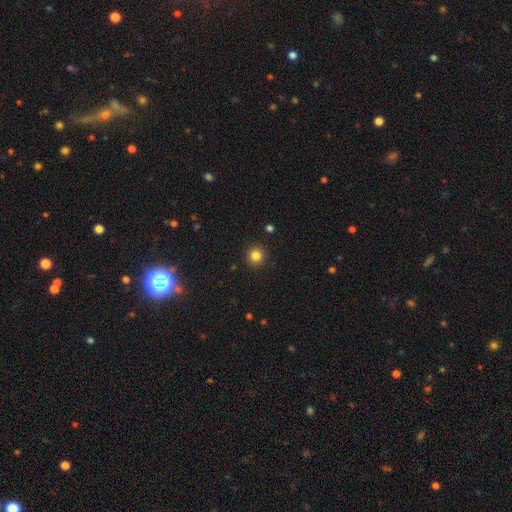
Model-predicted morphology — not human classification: smooth-or-featured: smooth: 83% | star or artifact: 12% | featured or disk: 5%
  how-rounded: round: 94% | in between: 5% | cigar-shaped: 1%
  merging: none: 92% | minor disturbance: 5% | major disturbance: 2% | merger: 1%